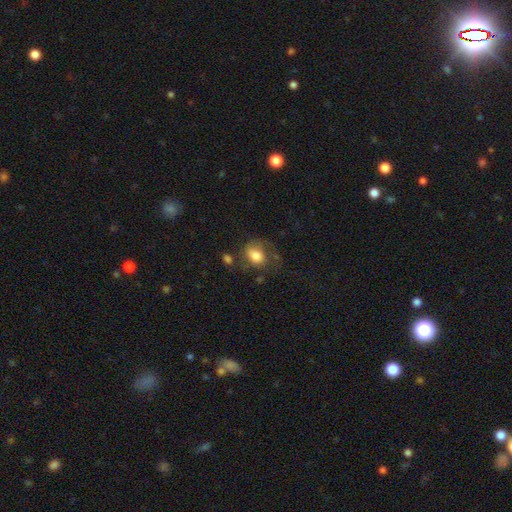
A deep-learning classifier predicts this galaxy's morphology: A smooth galaxy with no disk features (73%) that is in between round and cigar-shaped (56%). Merging: none (45%).